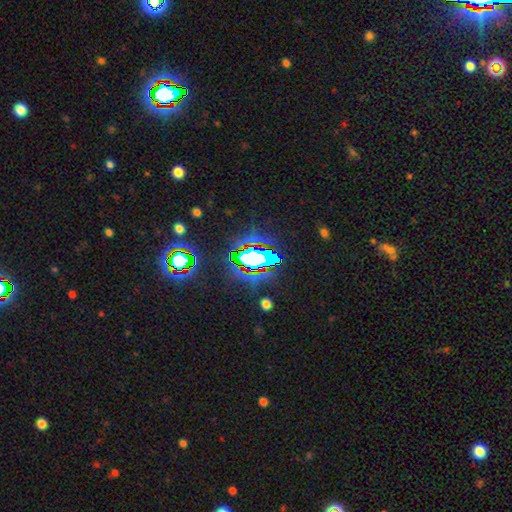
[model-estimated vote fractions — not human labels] smooth_or_featured: star or artifact (p=0.66) [alt: smooth p=0.20]